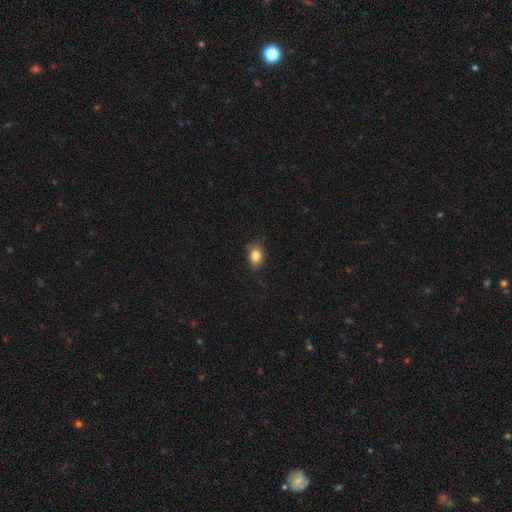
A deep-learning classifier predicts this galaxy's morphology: Smooth or featured?
  - smooth: 84% *
  - star or artifact: 9%
  - featured or disk: 7%
How rounded?
  - in between: 77% *
  - round: 22%
  - cigar-shaped: 1%
Merging?
  - none: 76% *
  - minor disturbance: 19%
  - major disturbance: 4%
  - merger: 1%